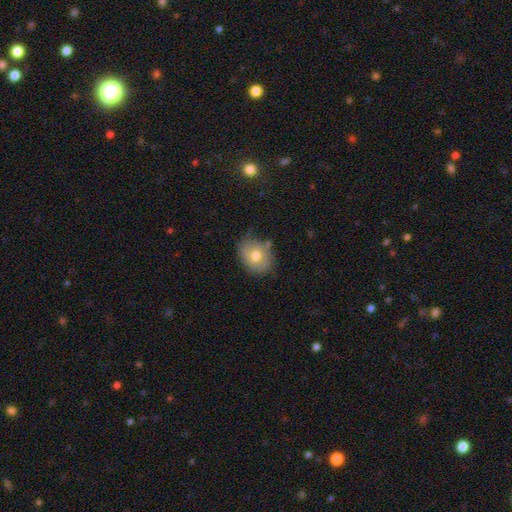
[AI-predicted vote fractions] This appears to be a smooth galaxy with no disk features (69%) that is in between round and cigar-shaped (50%). Merging: none (69%).